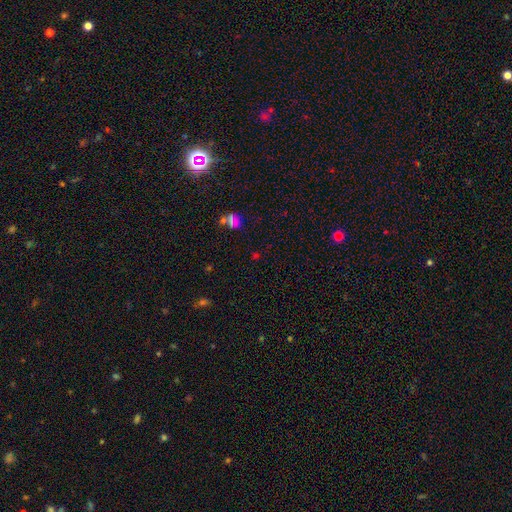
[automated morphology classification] This is possibly a star or artifact rather than a galaxy (56%).